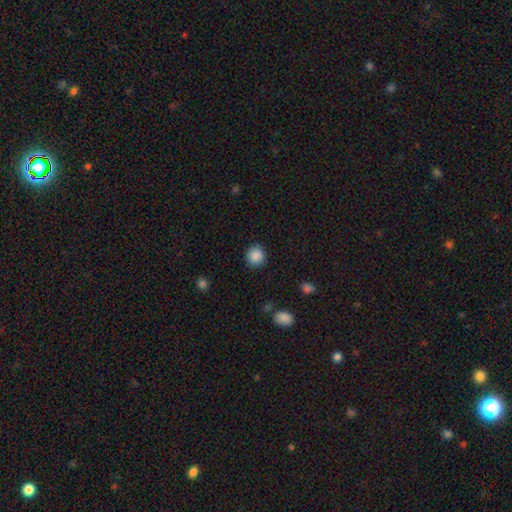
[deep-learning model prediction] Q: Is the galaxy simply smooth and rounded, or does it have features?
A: smooth — 88%.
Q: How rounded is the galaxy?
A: round — 88%.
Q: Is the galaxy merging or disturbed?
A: none — 88%.